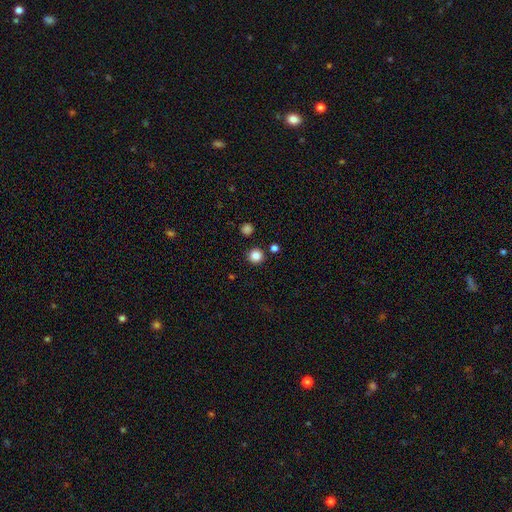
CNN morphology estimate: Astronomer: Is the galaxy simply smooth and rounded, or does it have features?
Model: smooth — 84%.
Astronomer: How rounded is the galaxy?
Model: round — 95%.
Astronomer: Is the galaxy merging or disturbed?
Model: none — 90%.